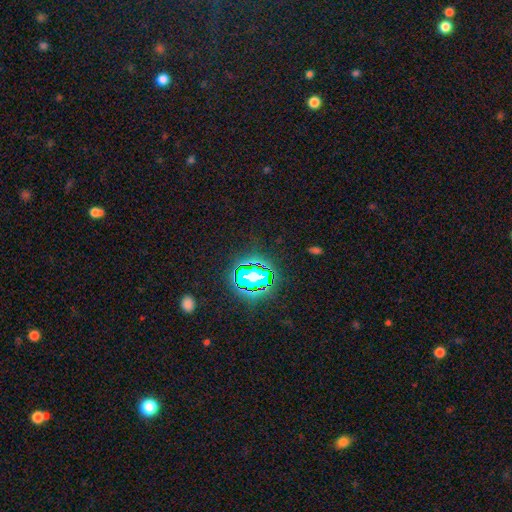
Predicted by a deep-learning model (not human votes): Smooth or featured?
  - star or artifact: 83% *
  - smooth: 10%
  - featured or disk: 6%